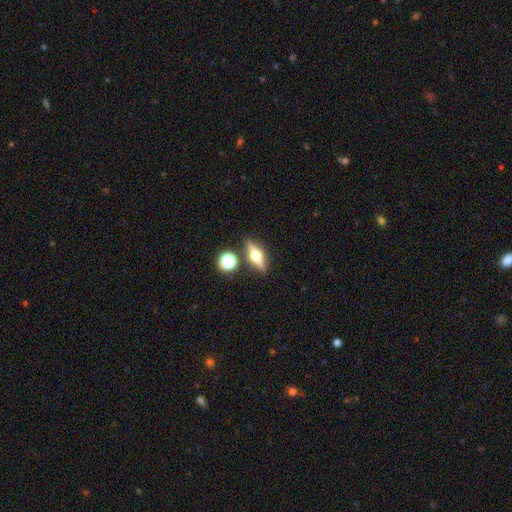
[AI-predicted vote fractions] smooth-or-featured: featured or disk: 60% | smooth: 31% | star or artifact: 9%
  disk-edge-on: yes: 93% | no: 7%
    edge-on-bulge: rounded: 96% | boxy: 3% | none: 1%
  merging: none: 83% | minor disturbance: 8% | merger: 6% | major disturbance: 3%